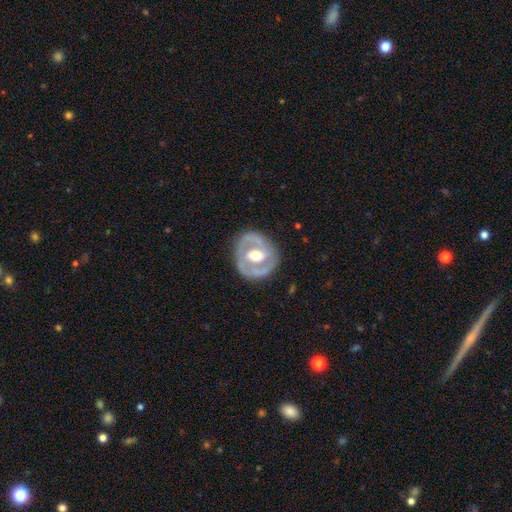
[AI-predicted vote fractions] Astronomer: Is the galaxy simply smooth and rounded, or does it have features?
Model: featured or disk — 79%.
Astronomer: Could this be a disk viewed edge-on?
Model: no — 96%.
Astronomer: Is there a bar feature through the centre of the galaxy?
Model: weak — 41% (runner-up: no, 31%).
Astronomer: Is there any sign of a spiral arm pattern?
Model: yes — 71%.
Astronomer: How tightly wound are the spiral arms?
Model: tight — 47% (runner-up: medium, 40%).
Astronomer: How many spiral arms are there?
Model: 2 — 79%.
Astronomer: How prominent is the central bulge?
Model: moderate — 70%.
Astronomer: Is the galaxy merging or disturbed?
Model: none — 82%.